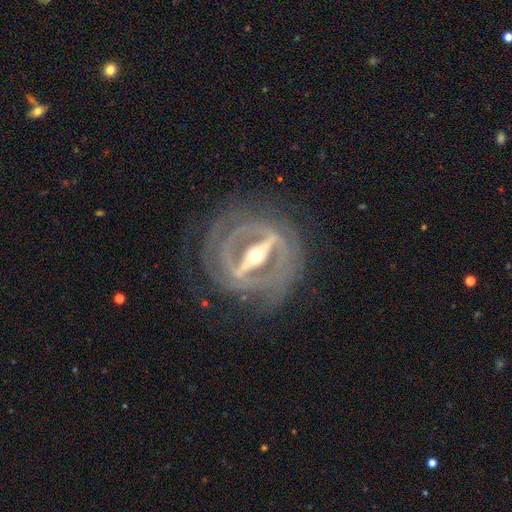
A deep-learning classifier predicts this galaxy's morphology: Smooth or featured?
  - featured or disk: 91% *
  - star or artifact: 5%
  - smooth: 4%
Edge-on disk?
  - no: 74% *
  - yes: 26%
Bar?
  - strong: 88% *
  - weak: 9%
  - no: 3%
Spiral arms?
  - yes: 80% *
  - no: 20%
Spiral winding?
  - tight: 70% *
  - medium: 22%
  - loose: 7%
Spiral arm count?
  - can't tell: 35% *
  - 2: 29%
  - 3: 14%
  - 4: 10%
  - more than 4: 7%
  - 1: 7%
Bulge size?
  - moderate: 62% *
  - small: 29%
  - large: 7%
  - dominant: 1%
  - none: 1%
Merging?
  - none: 77% *
  - minor disturbance: 12%
  - major disturbance: 10%
  - merger: 1%